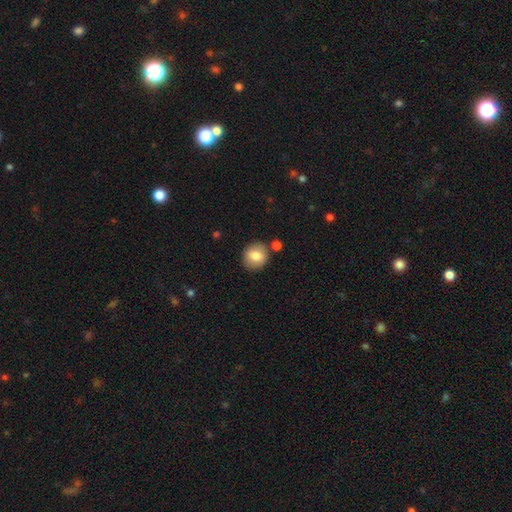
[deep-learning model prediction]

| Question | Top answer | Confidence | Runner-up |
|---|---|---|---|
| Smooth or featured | smooth | 76% | featured or disk (16%) |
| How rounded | round | 80% | in between (19%) |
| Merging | none | 81% | minor disturbance (10%) |